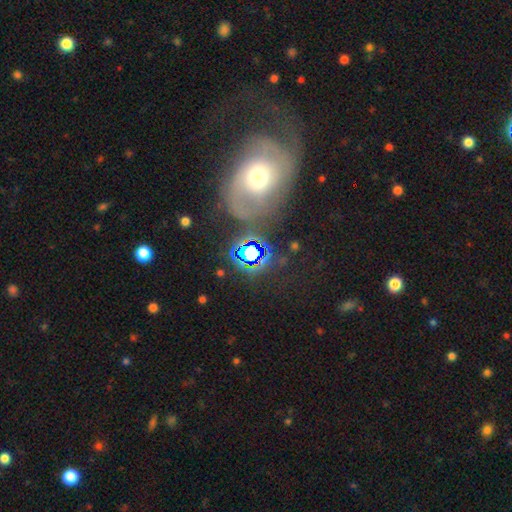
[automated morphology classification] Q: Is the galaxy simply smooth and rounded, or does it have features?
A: star or artifact — 54%.